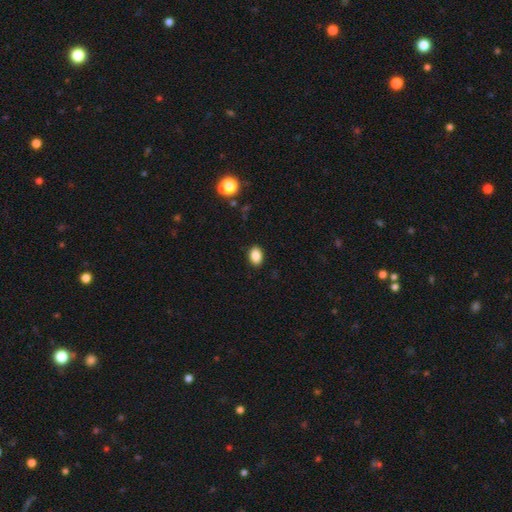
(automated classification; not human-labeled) smooth_or_featured: smooth (p=0.87) [alt: star or artifact p=0.09]
how_rounded: in between (p=0.81) [alt: round p=0.18]
merging: none (p=0.90) [alt: minor disturbance p=0.07]